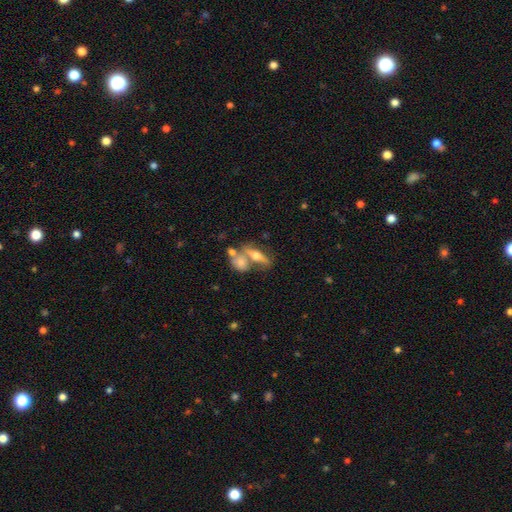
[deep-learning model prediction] This is possibly a featured or disk galaxy (53%). It is likely viewed edge-on (68%). Merging: marginally none (42%).